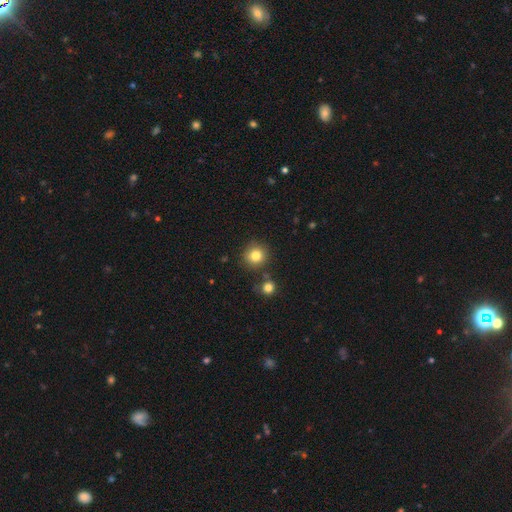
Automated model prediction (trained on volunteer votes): Smooth or featured: smooth — 81% (star or artifact — 12%)
How rounded: round — 92% (in between — 7%)
Merging: none — 83% (minor disturbance — 8%)